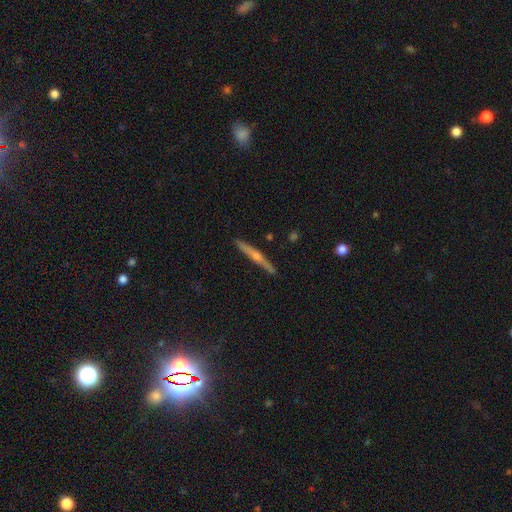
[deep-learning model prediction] This is likely a featured or disk galaxy (72%). It is clearly viewed edge-on (98%). Edge-on bulge: clearly rounded (84%). Merging: clearly none (91%).